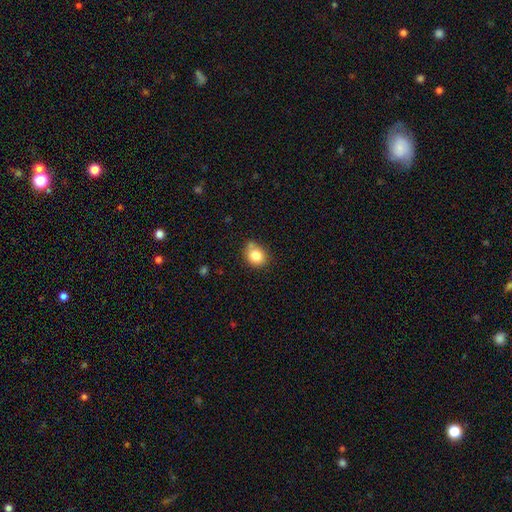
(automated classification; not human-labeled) The model was most divided on "how rounded": round: 68%, in between: 31%, cigar-shaped: 1%. More confident: smooth or featured — smooth (82%); merging — none (70%).